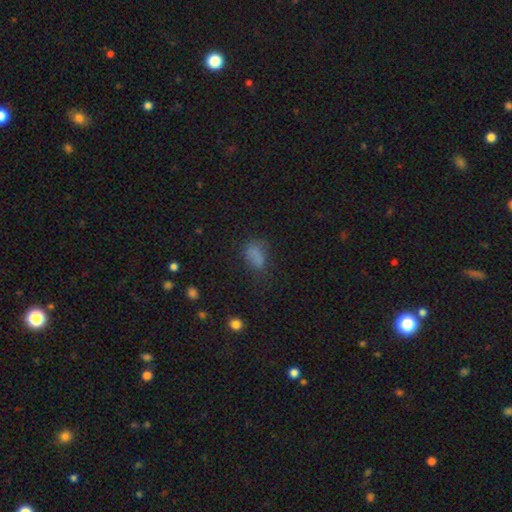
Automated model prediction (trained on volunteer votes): Smooth or featured?
  - smooth: 75% *
  - star or artifact: 16%
  - featured or disk: 8%
How rounded?
  - in between: 85% *
  - round: 11%
  - cigar-shaped: 4%
Merging?
  - none: 53% *
  - minor disturbance: 27%
  - major disturbance: 16%
  - merger: 4%